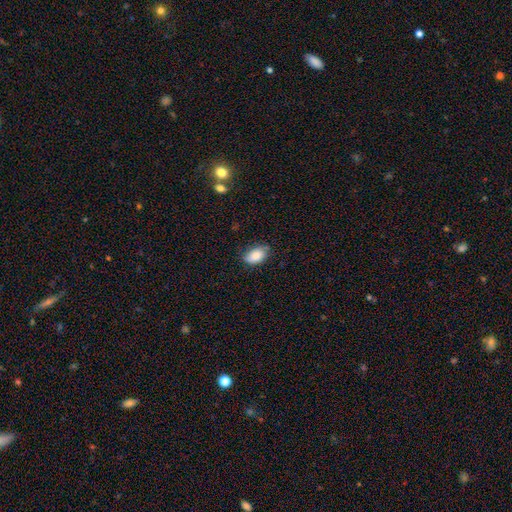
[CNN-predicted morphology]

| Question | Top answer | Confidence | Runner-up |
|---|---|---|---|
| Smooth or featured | smooth | 84% | featured or disk (8%) |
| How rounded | in between | 88% | round (10%) |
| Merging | none | 71% | minor disturbance (23%) |